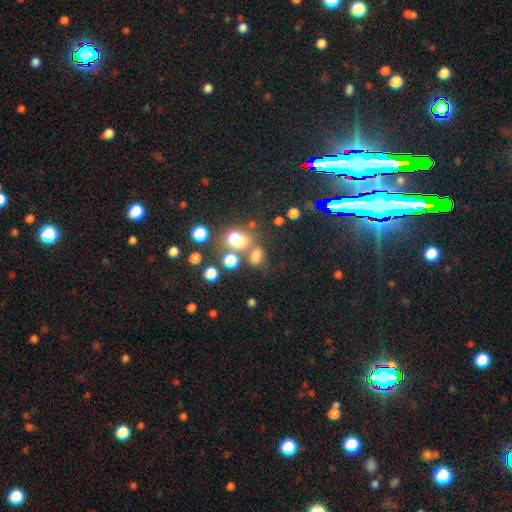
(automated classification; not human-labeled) Smooth or featured: smooth — 65% (star or artifact — 23%)
How rounded: in between — 62% (round — 36%)
Merging: none — 43% (merger — 31%)